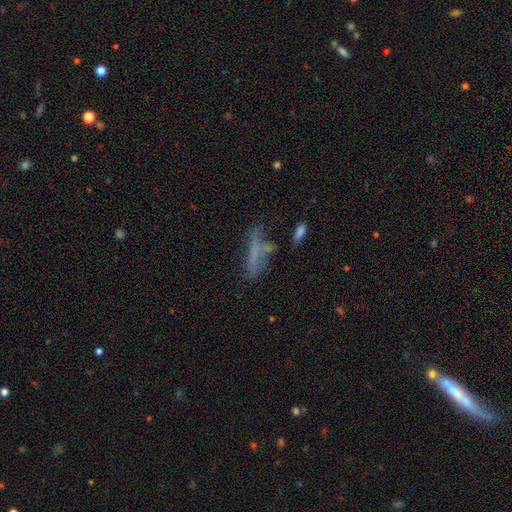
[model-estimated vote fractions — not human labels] Overall: smooth (53%; featured or disk 34%). How rounded: cigar-shaped (77%). Merging: none (48%; minor disturbance 23%).